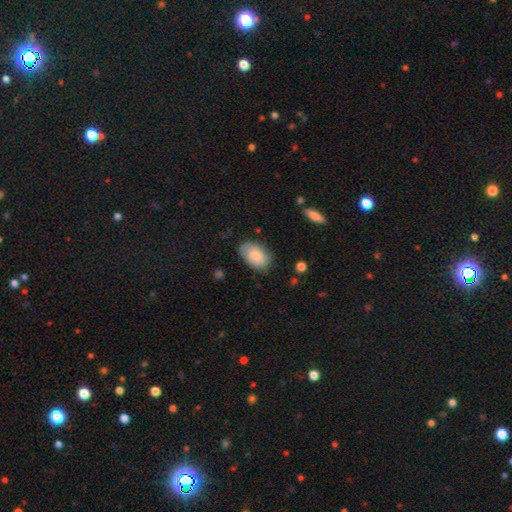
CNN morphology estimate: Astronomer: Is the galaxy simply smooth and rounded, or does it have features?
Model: smooth — 76%.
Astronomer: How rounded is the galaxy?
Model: in between — 88%.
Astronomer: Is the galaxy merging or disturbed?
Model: none — 74%.